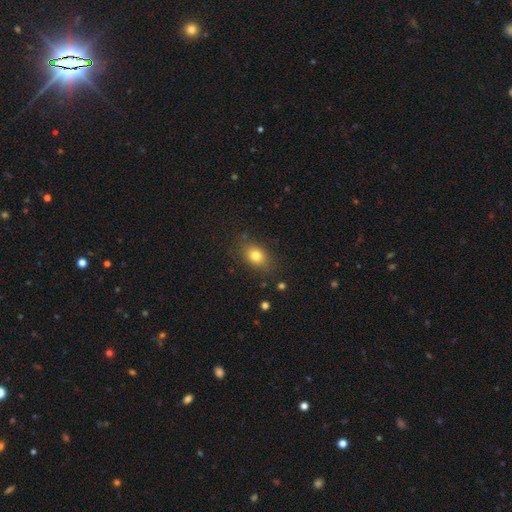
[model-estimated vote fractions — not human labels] Smooth or featured? Predicted: smooth (p=0.80). How rounded? Predicted: in between (p=0.66). Merging? Predicted: none (p=0.81).